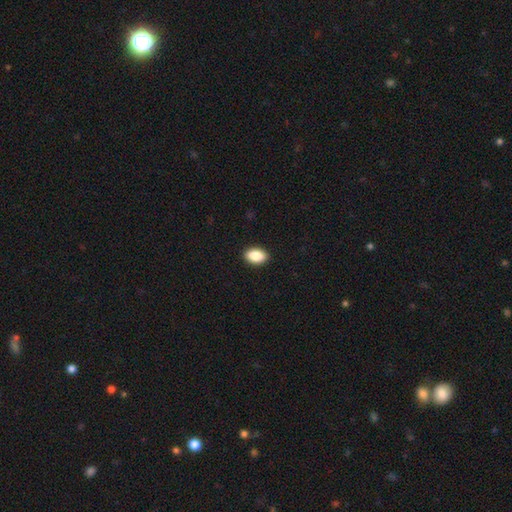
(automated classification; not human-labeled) smooth_or_featured: smooth (p=0.88) [alt: star or artifact p=0.07]
how_rounded: in between (p=0.90) [alt: round p=0.08]
merging: none (p=0.91) [alt: minor disturbance p=0.06]